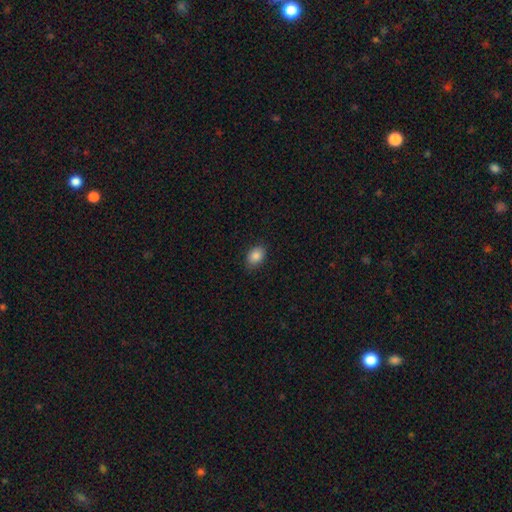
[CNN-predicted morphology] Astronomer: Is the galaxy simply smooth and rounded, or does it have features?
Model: smooth — 87%.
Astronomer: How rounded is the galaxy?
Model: in between — 81%.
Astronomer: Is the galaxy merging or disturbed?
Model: none — 86%.